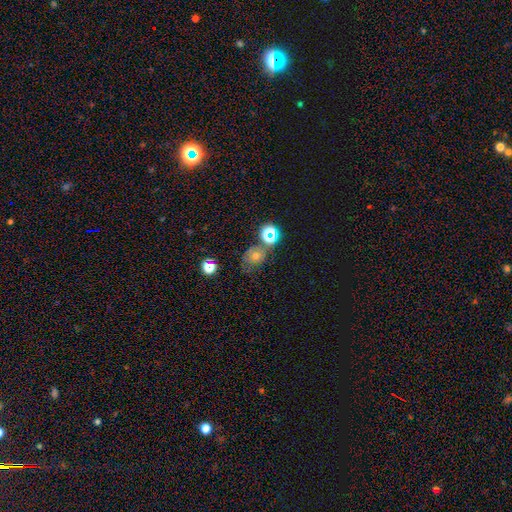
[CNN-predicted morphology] smooth-or-featured: star or artifact: 45% | smooth: 31% | featured or disk: 25%